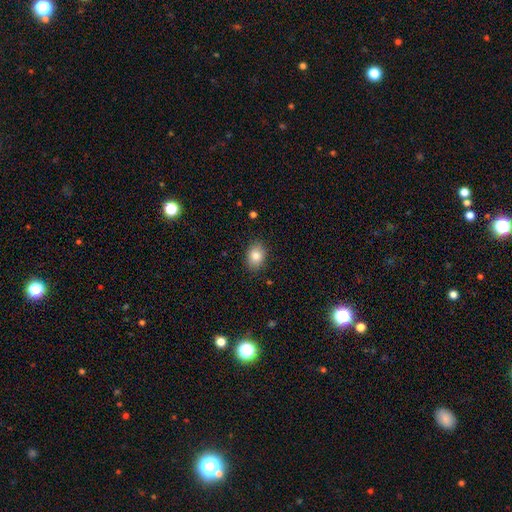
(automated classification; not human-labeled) smooth-or-featured: smooth: 84% | star or artifact: 9% | featured or disk: 7%
  how-rounded: in between: 67% | round: 32% | cigar-shaped: 1%
  merging: none: 86% | minor disturbance: 10% | major disturbance: 3% | merger: 1%